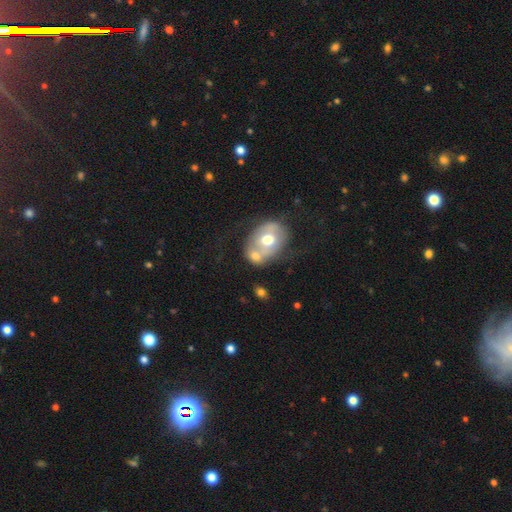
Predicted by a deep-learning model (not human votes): Overall: smooth (52%; featured or disk 40%). How rounded: in between (64%; round 35%). Merging: merger (47%; none 31%).